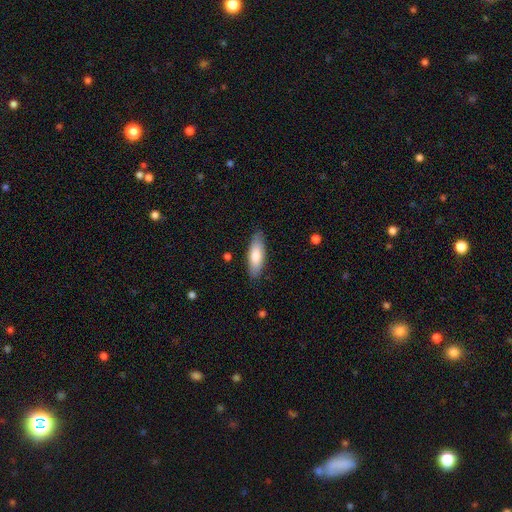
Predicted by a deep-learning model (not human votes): Overall: smooth (78%). How rounded: in between (56%; cigar-shaped 42%). Merging: none (85%).